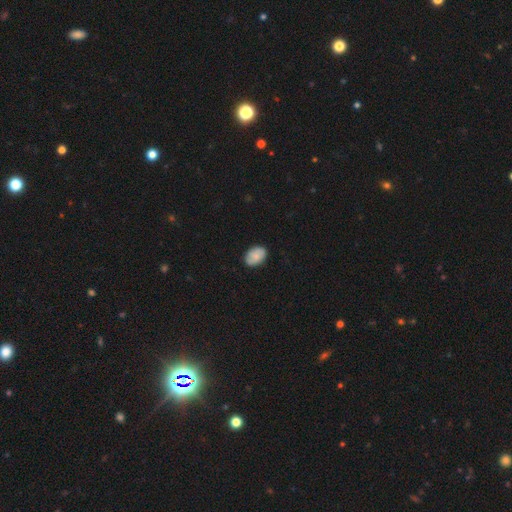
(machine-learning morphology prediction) Smooth or featured? Predicted: smooth (p=0.78). How rounded? Predicted: in between (p=0.84). Merging? Predicted: none (p=0.82).